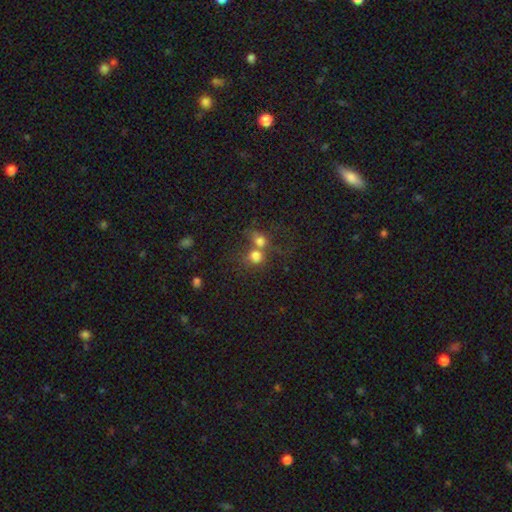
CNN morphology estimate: Smooth or featured: smooth — 74% (star or artifact — 14%)
How rounded: round — 79% (in between — 20%)
Merging: merger — 57% (none — 31%)